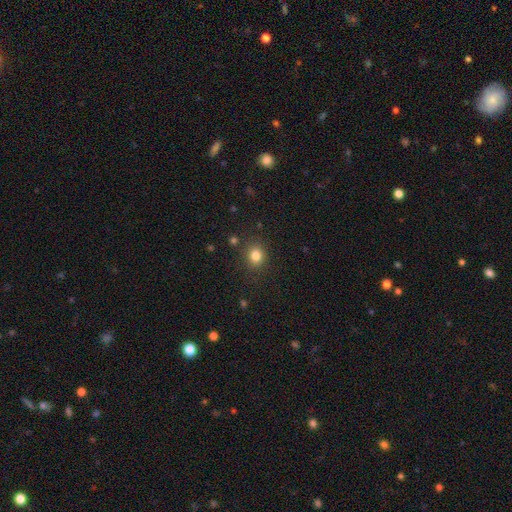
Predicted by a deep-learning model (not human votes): smooth 82%, star or artifact 13%, featured or disk 6%. Down the decision tree: how rounded — round (72%); merging — none (86%).